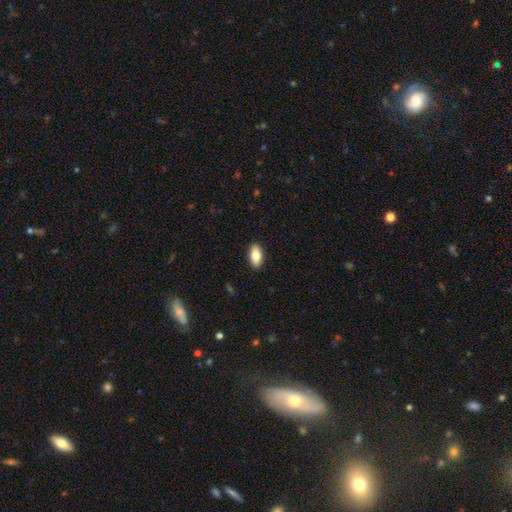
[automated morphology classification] smooth_or_featured: smooth (p=0.81) [alt: featured or disk p=0.12]
how_rounded: in between (p=0.88) [alt: cigar-shaped p=0.08]
merging: none (p=0.89) [alt: minor disturbance p=0.08]